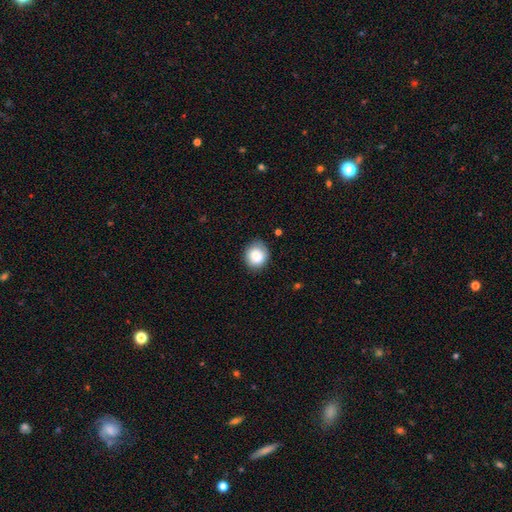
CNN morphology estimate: type=smooth (85%); roundness=round (78%); merging=none (79%).